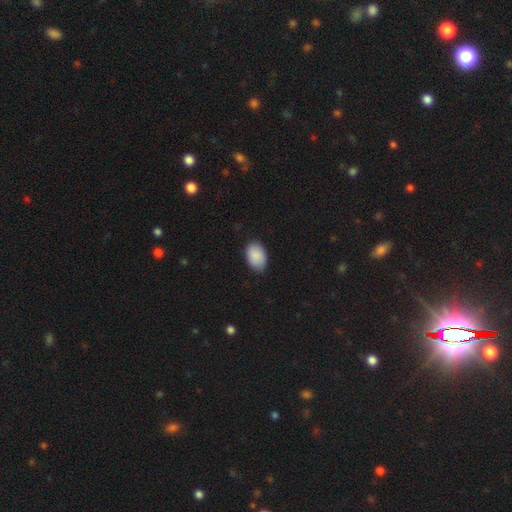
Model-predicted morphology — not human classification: smooth_or_featured: smooth (p=0.90) [alt: star or artifact p=0.06]
how_rounded: in between (p=0.89) [alt: round p=0.10]
merging: none (p=0.81) [alt: minor disturbance p=0.15]